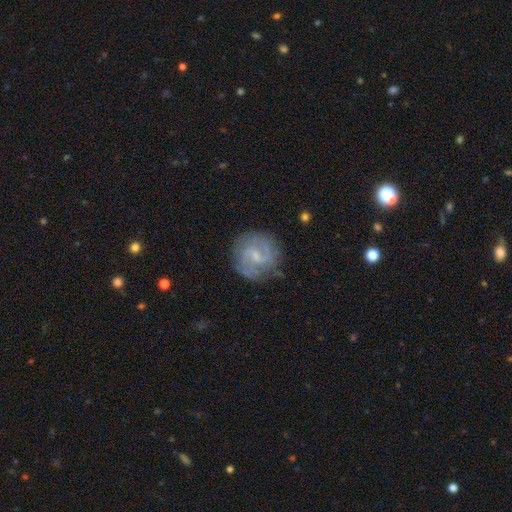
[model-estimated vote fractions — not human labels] Q: Smooth or featured?
A: featured or disk (79%); runner-up: smooth (15%)
Q: Edge-on disk?
A: no (98%); runner-up: yes (2%)
Q: Bar?
A: weak (63%); runner-up: no (26%)
Q: Spiral arms?
A: yes (94%); runner-up: no (6%)
Q: Spiral winding?
A: medium (51%); runner-up: tight (31%)
Q: Spiral arm count?
A: 2 (82%); runner-up: can't tell (9%)
Q: Bulge size?
A: small (61%); runner-up: moderate (24%)
Q: Merging?
A: none (78%); runner-up: minor disturbance (15%)